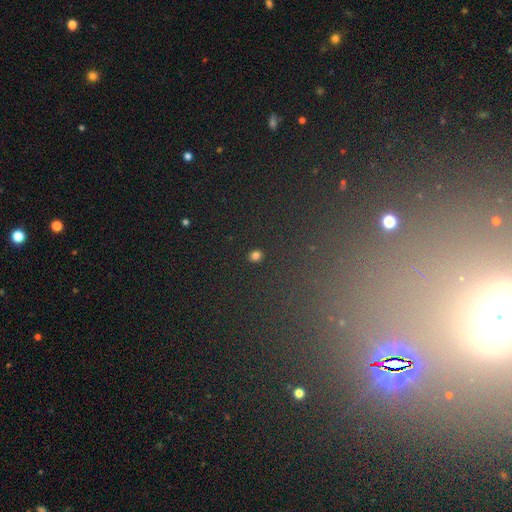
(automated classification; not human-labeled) Smooth or featured? smooth (79%)
How rounded? round (67%)
Merging? none (91%)